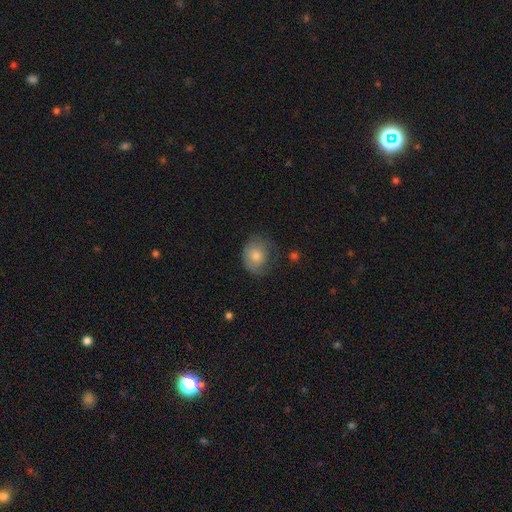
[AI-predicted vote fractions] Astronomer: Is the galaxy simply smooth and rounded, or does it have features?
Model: smooth — 72%.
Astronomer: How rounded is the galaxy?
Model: round — 55% (runner-up: in between, 44%).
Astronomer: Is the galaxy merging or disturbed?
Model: none — 60%.